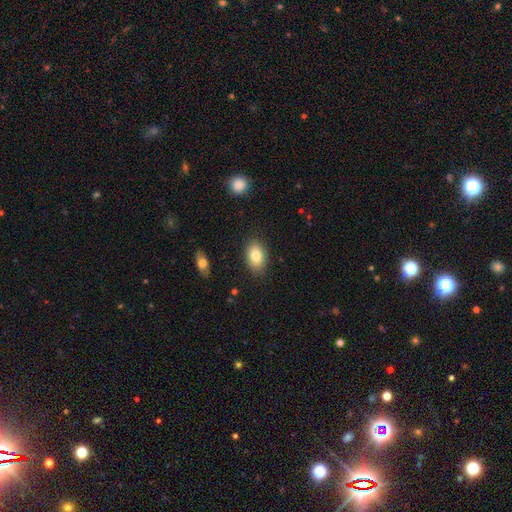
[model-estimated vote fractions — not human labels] Smooth or featured?
  - smooth: 81% *
  - featured or disk: 11%
  - star or artifact: 8%
How rounded?
  - in between: 89% *
  - round: 10%
  - cigar-shaped: 2%
Merging?
  - none: 85% *
  - minor disturbance: 11%
  - major disturbance: 2%
  - merger: 1%